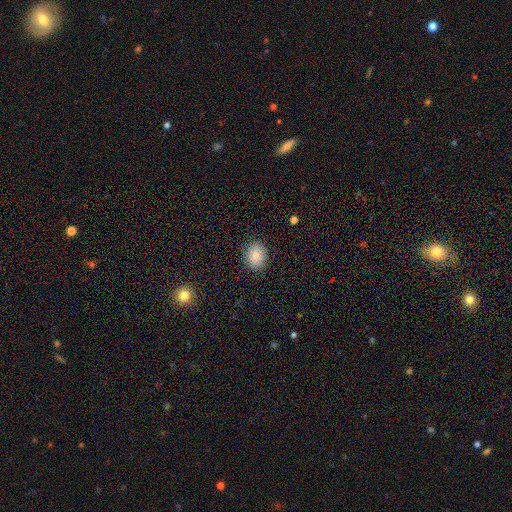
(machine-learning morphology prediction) This is clearly a smooth galaxy (84%). How rounded: possibly round (50%). Merging: clearly none (87%).